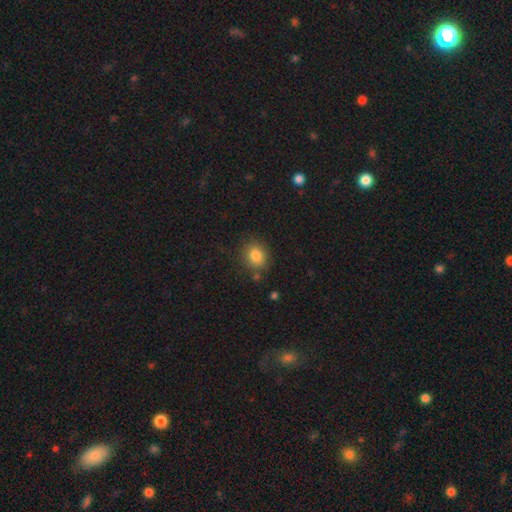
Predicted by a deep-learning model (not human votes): Overall: smooth (83%). How rounded: round (61%; in between 38%). Merging: none (80%).